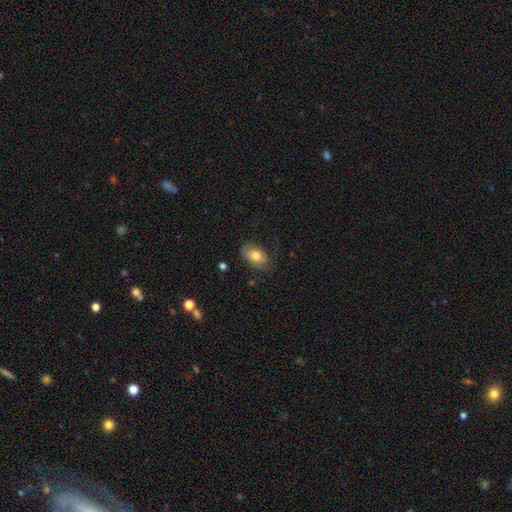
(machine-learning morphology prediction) type=smooth (75%); roundness=in between (84%); merging=none (70%).